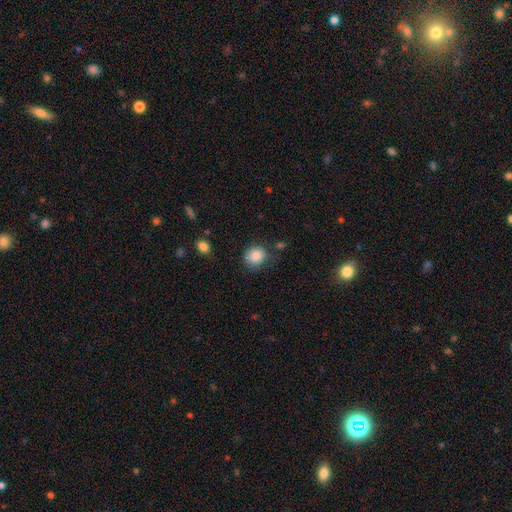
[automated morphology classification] A smooth galaxy with no disk features (85%) that is round (81%).

Vote fractions:
- Smooth or featured? smooth: 85% / star or artifact: 9% / featured or disk: 6%
- How rounded? round: 81% / in between: 18% / cigar-shaped: 1%
- Merging? none: 74% / minor disturbance: 18% / major disturbance: 5% / merger: 3%